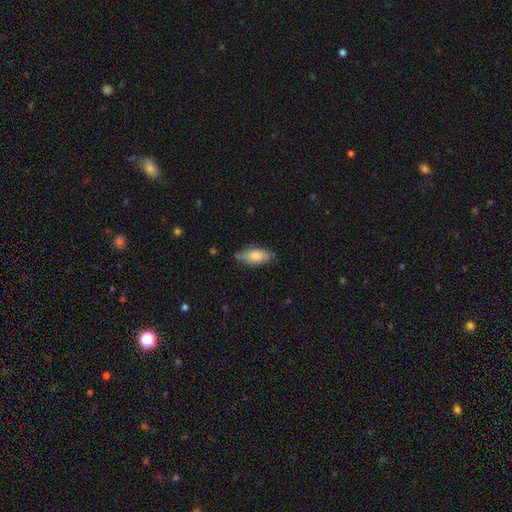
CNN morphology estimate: smooth_or_featured: smooth (p=0.78) [alt: featured or disk p=0.16]
how_rounded: in between (p=0.85) [alt: cigar-shaped p=0.13]
merging: none (p=0.71) [alt: minor disturbance p=0.24]